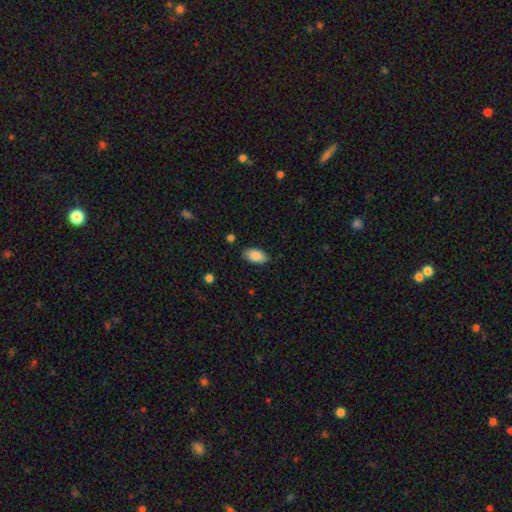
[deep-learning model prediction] smooth_or_featured: smooth (p=0.88) [alt: star or artifact p=0.07]
how_rounded: in between (p=0.94) [alt: cigar-shaped p=0.04]
merging: none (p=0.85) [alt: minor disturbance p=0.11]